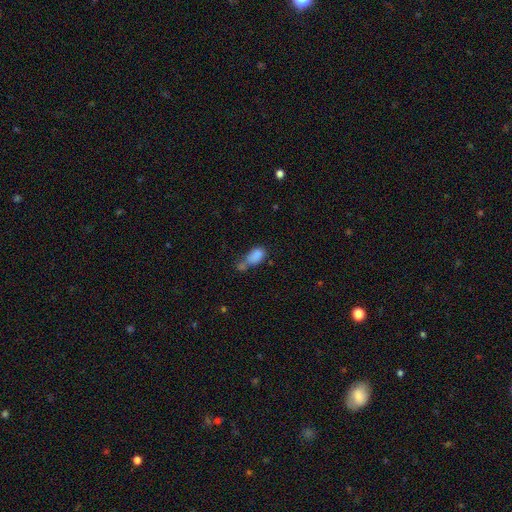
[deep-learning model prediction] smooth-or-featured: smooth: 81% | star or artifact: 10% | featured or disk: 9%
  how-rounded: in between: 85% | round: 11% | cigar-shaped: 5%
  merging: merger: 43% | none: 25% | minor disturbance: 18% | major disturbance: 14%